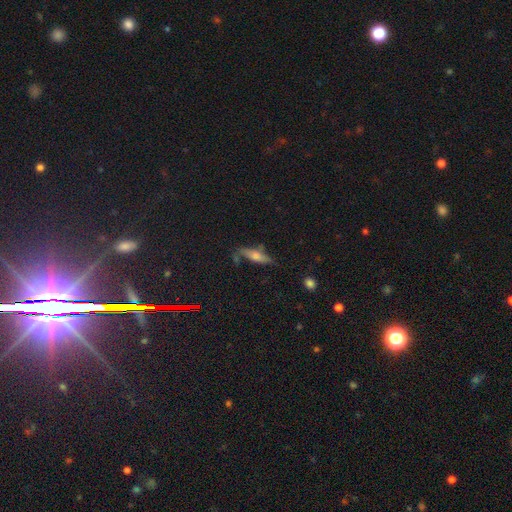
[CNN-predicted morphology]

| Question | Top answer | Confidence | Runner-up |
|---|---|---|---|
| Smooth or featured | smooth | 55% | featured or disk (36%) |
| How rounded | cigar-shaped | 60% | in between (37%) |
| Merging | none | 63% | minor disturbance (22%) |